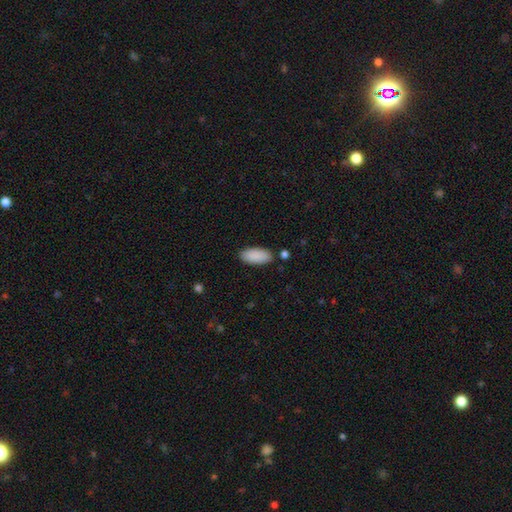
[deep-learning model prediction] The model was most divided on "merging": none: 86%, minor disturbance: 10%, merger: 2%, major disturbance: 2%. More confident: smooth or featured — smooth (90%); how rounded — in between (90%).